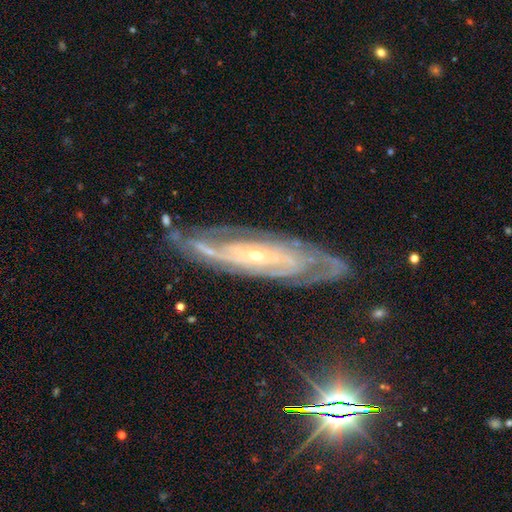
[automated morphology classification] smooth_or_featured: featured or disk (p=0.87) [alt: star or artifact p=0.07]
disk_edge_on: no (p=0.84) [alt: yes p=0.16]
bar: no (p=0.57) [alt: weak p=0.26]
has_spiral_arms: yes (p=0.97) [alt: no p=0.03]
spiral_winding: tight (p=0.68) [alt: medium p=0.26]
spiral_arm_count: 2 (p=0.33) [alt: can't tell p=0.29]
bulge_size: small (p=0.82) [alt: moderate p=0.14]
merging: none (p=0.78) [alt: minor disturbance p=0.15]